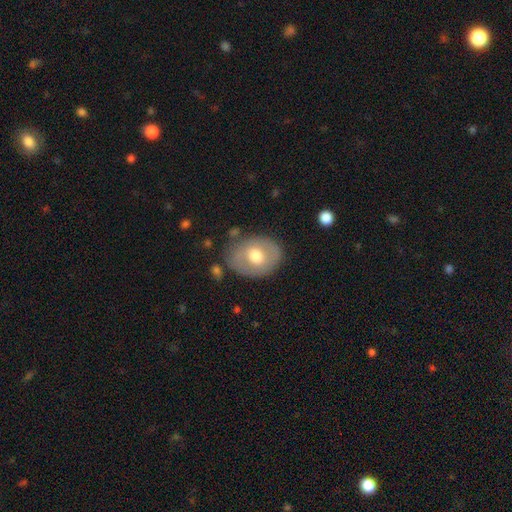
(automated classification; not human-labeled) smooth-or-featured: smooth: 55% | featured or disk: 38% | star or artifact: 6%
  how-rounded: in between: 55% | round: 44% | cigar-shaped: 1%
  merging: none: 75% | minor disturbance: 16% | major disturbance: 6% | merger: 3%